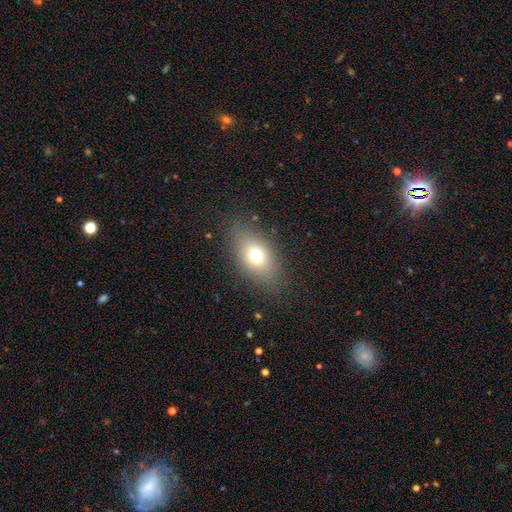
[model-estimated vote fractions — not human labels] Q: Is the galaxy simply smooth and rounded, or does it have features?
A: smooth — 70%.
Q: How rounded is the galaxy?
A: in between — 82%.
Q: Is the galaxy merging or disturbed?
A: none — 84%.